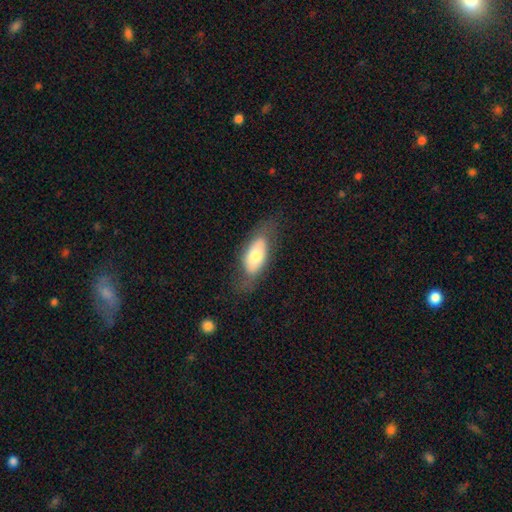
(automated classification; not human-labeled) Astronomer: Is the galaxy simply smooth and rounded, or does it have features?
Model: smooth — 59% (runner-up: featured or disk, 35%).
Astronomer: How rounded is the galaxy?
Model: in between — 85%.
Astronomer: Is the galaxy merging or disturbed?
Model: none — 68%.